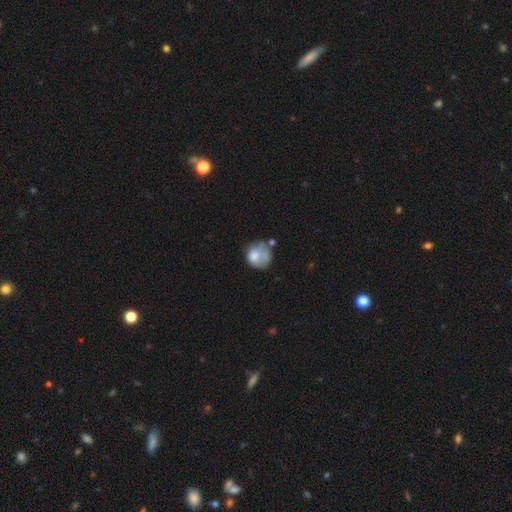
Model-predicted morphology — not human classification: A smooth galaxy with no disk features (66%) that is round (71%). Merging: none (35%).